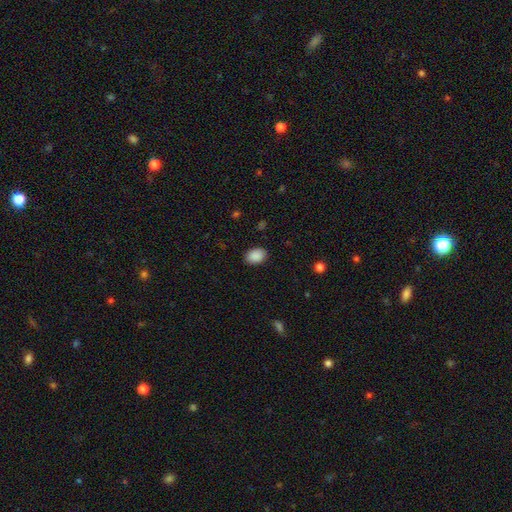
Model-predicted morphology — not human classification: smooth 90%, star or artifact 7%, featured or disk 3%. Down the decision tree: how rounded — in between (80%); merging — none (88%).